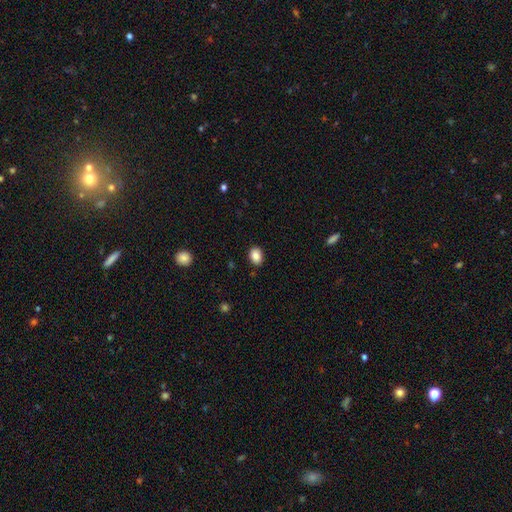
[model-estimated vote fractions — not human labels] Overall: smooth (88%). How rounded: in between (75%). Merging: none (87%).